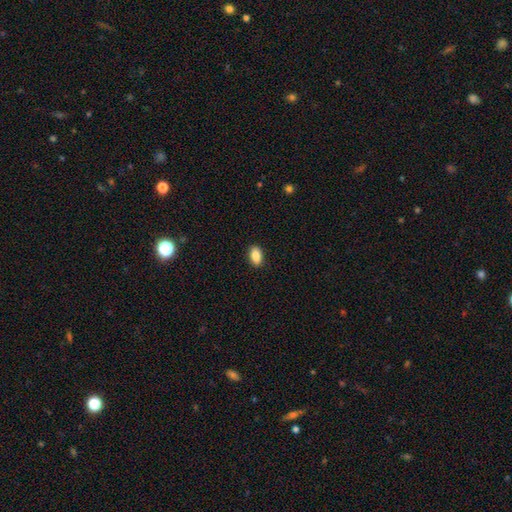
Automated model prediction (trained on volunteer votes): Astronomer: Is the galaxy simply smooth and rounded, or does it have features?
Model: smooth — 87%.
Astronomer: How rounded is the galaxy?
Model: in between — 90%.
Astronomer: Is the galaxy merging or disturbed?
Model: none — 89%.